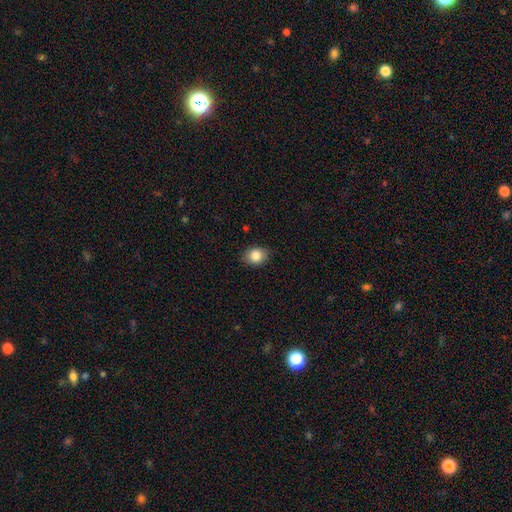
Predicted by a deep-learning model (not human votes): smooth 85%, star or artifact 9%, featured or disk 6%. Down the decision tree: how rounded — round (50%); merging — none (83%).